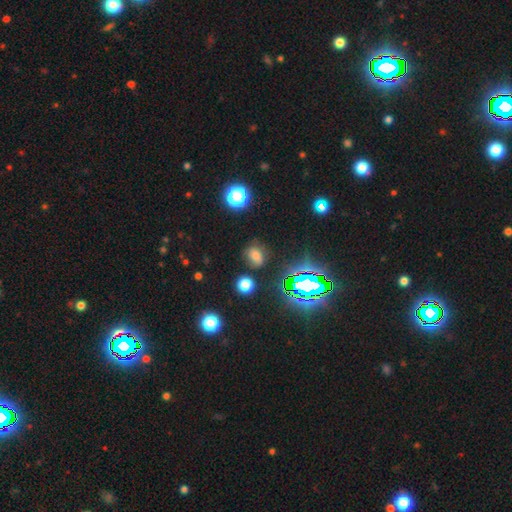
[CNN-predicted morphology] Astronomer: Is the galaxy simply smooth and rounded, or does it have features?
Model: smooth — 58%.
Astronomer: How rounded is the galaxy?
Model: in between — 56% (runner-up: round, 43%).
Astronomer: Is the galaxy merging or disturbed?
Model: none — 73%.